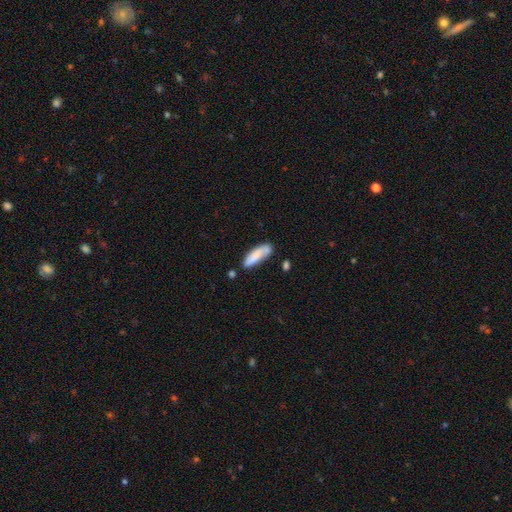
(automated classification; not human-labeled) Smooth or featured?
  - smooth: 77% *
  - featured or disk: 17%
  - star or artifact: 6%
How rounded?
  - cigar-shaped: 52% *
  - in between: 46%
  - round: 2%
Merging?
  - none: 57% *
  - minor disturbance: 24%
  - merger: 12%
  - major disturbance: 7%